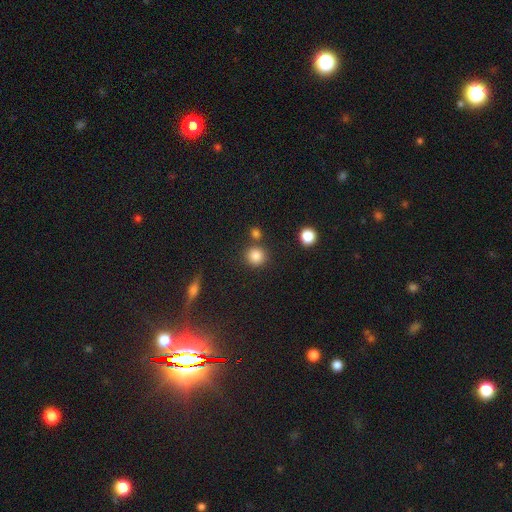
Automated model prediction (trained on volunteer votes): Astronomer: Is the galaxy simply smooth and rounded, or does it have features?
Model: smooth — 84%.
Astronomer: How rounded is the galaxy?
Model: round — 91%.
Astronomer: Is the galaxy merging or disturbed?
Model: none — 79%.